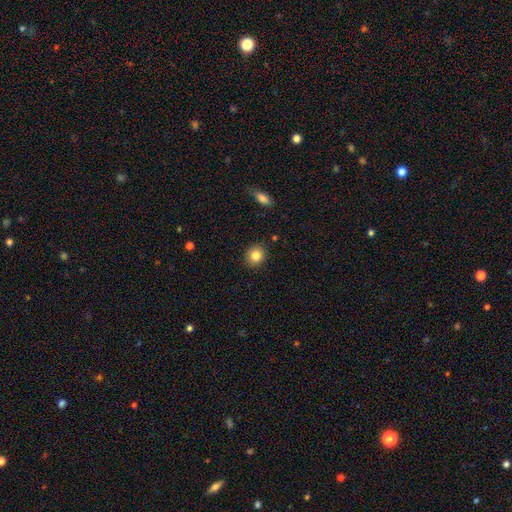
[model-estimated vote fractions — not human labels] This appears to be a smooth galaxy with no disk features (84%) that is round (80%). Merging: none (89%).